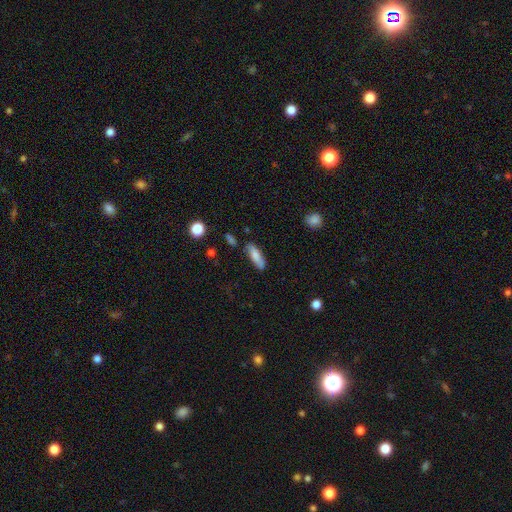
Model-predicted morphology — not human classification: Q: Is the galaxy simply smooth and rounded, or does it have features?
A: smooth — 77%.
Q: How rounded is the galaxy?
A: in between — 50%.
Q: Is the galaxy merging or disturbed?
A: none — 75%.